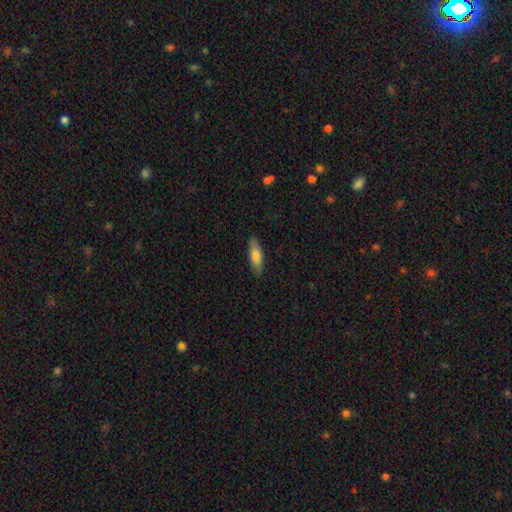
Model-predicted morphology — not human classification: This is likely a smooth galaxy (74%). How rounded: possibly in between (51%). Merging: clearly none (87%).